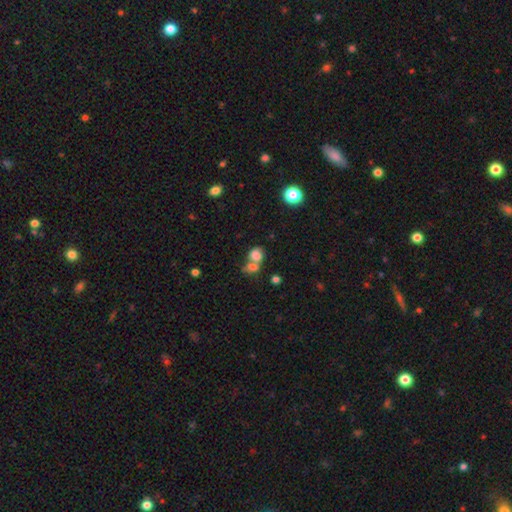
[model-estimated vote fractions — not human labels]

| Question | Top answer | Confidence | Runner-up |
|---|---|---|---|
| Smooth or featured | smooth | 71% | featured or disk (17%) |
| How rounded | in between | 56% | round (42%) |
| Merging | merger | 61% | none (23%) |